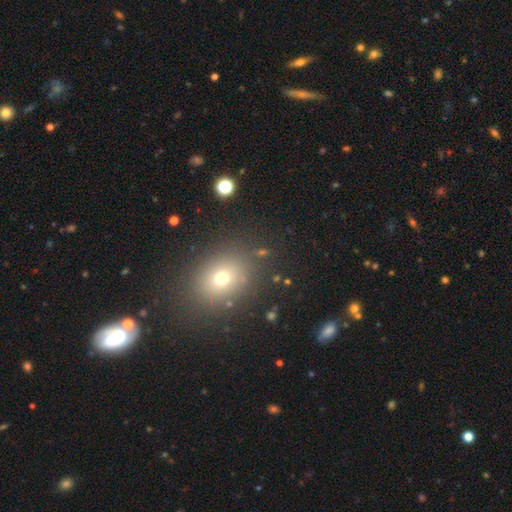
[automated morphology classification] The model was most divided on "how rounded": round: 55%, in between: 43%, cigar-shaped: 1%. More confident: merging — none (86%); smooth or featured — smooth (60%).